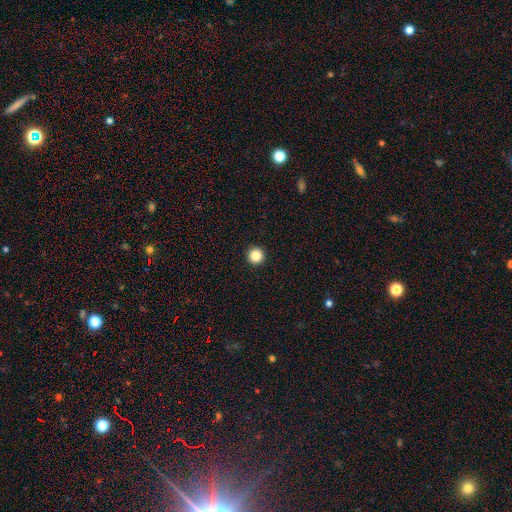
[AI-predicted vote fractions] A smooth galaxy with no disk features (85%) that is round (97%).

Vote fractions:
- Smooth or featured? smooth: 85% / star or artifact: 11% / featured or disk: 4%
- How rounded? round: 97% / in between: 2% / cigar-shaped: 1%
- Merging? none: 95% / minor disturbance: 3% / major disturbance: 1% / merger: 1%